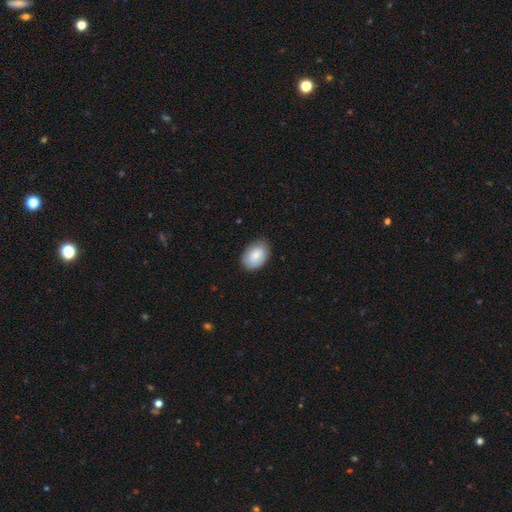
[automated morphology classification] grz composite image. It shows a smooth galaxy with no disk features (84%) that is in between round and cigar-shaped (83%). Merging: none (78%).